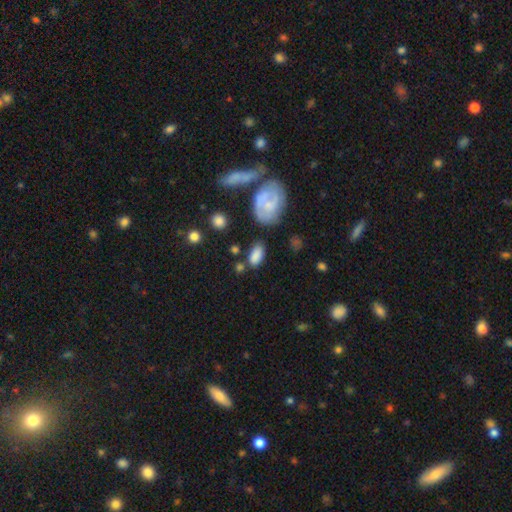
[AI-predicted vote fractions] Smooth or featured? smooth (82%)
How rounded? in between (91%)
Merging? none (68%)